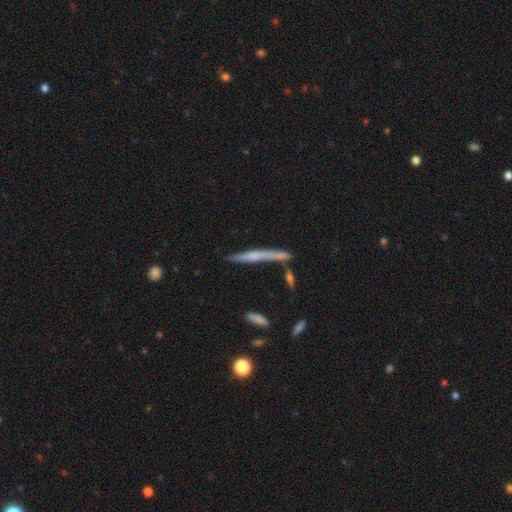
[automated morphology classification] Smooth or featured? featured or disk (47%)
Merging? none (68%)